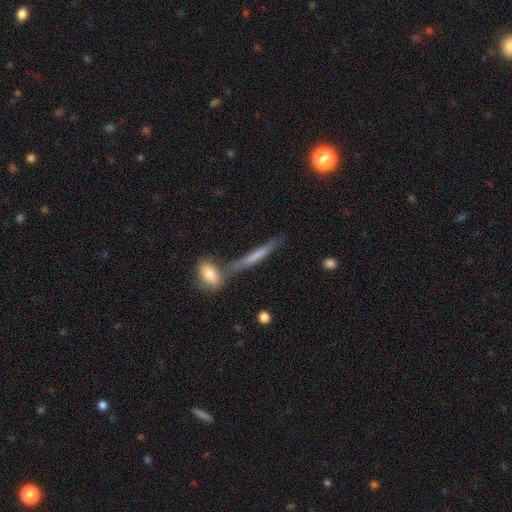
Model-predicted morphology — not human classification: This appears to be a smooth galaxy with no disk features (60%) that is cigar-shaped (91%). Merging: none (64%).